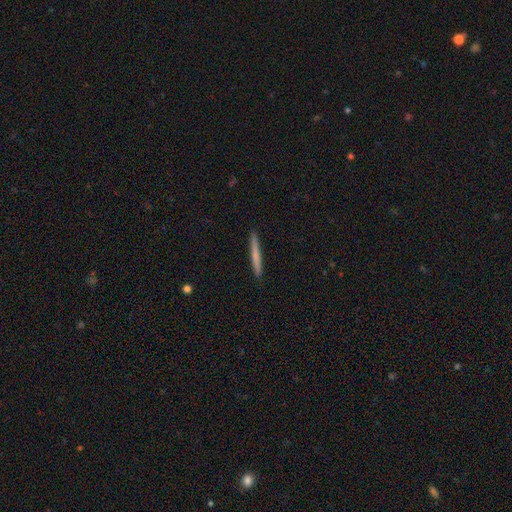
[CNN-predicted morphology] This is likely a smooth galaxy (67%). How rounded: clearly cigar-shaped (97%). Merging: clearly none (92%).